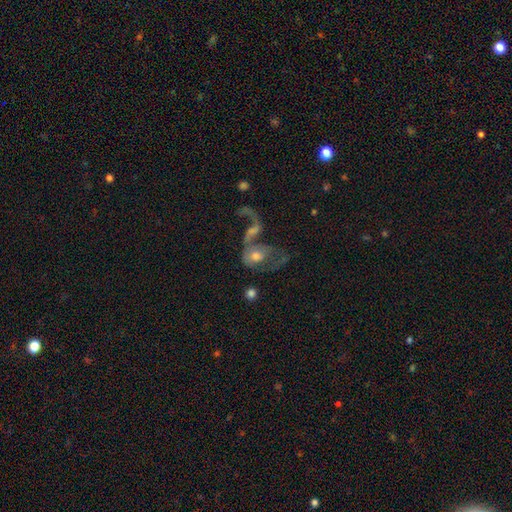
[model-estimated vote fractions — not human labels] smooth_or_featured: featured or disk (p=0.58) [alt: star or artifact p=0.22]
disk_edge_on: no (p=0.93) [alt: yes p=0.07]
bar: no (p=0.69) [alt: weak p=0.22]
has_spiral_arms: yes (p=0.62) [alt: no p=0.38]
bulge_size: moderate (p=0.49) [alt: small p=0.28]
merging: merger (p=0.42) [alt: none p=0.25]